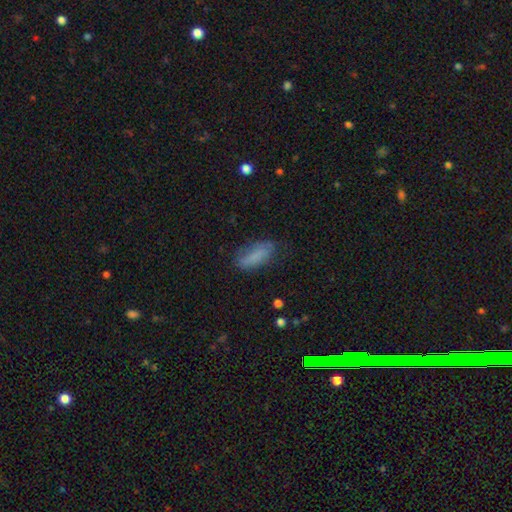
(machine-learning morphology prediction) A smooth galaxy with no disk features (80%) that is in between round and cigar-shaped (69%).

Vote fractions:
- Smooth or featured? smooth: 80% / featured or disk: 11% / star or artifact: 8%
- How rounded? in between: 69% / cigar-shaped: 28% / round: 2%
- Merging? none: 68% / minor disturbance: 23% / major disturbance: 7% / merger: 2%